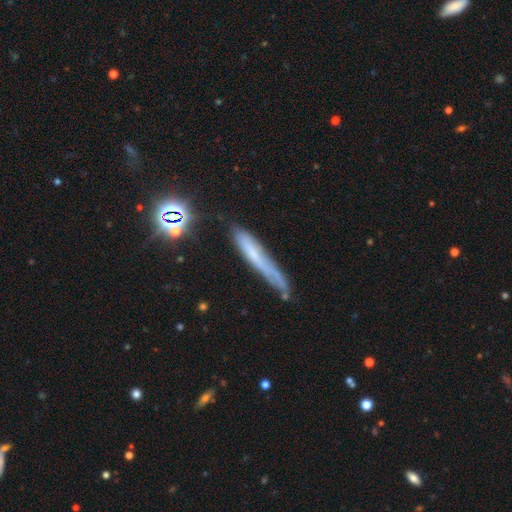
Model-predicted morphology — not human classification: Smooth or featured? smooth (46%)
Merging? none (55%)